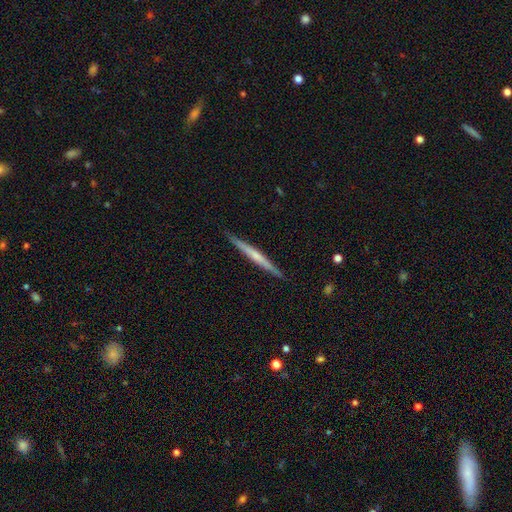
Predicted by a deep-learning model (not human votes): A featured or disk galaxy (59%) viewed edge-on (97%) with no central bulge (57%).

Vote fractions:
- Smooth or featured? featured or disk: 59% / smooth: 36% / star or artifact: 5%
- Edge-on disk? yes: 97% / no: 3%
- Edge-on bulge? none: 57% / rounded: 34% / boxy: 8%
- Merging? none: 90% / minor disturbance: 8% / major disturbance: 1% / merger: 1%